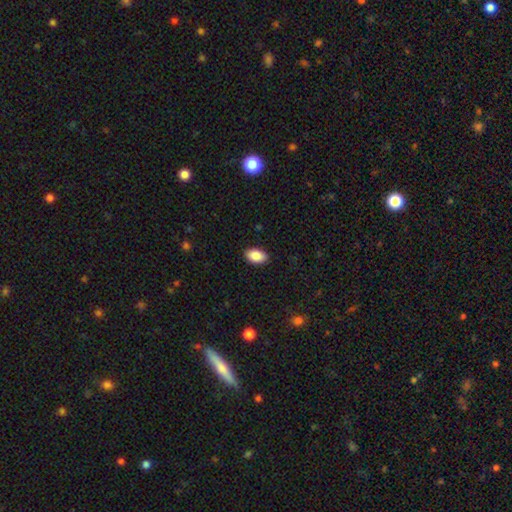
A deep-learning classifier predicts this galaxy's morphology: A smooth galaxy with no disk features (88%) that is in between round and cigar-shaped (94%). Merging: none (89%).